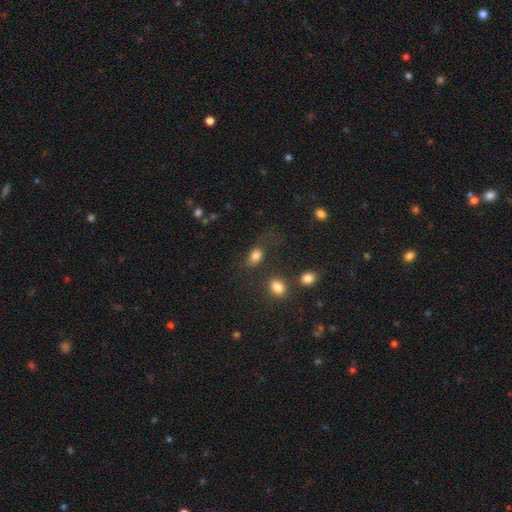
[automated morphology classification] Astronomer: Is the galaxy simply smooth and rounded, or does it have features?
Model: smooth — 81%.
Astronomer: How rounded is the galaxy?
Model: in between — 78%.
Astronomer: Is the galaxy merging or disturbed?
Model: none — 50%.